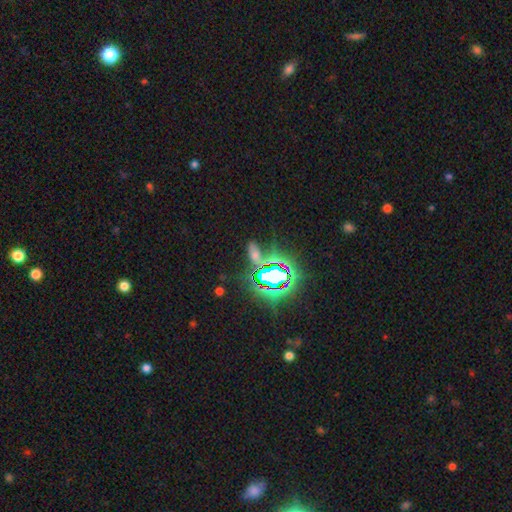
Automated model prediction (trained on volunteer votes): A star or artifact, not a galaxy (64%).